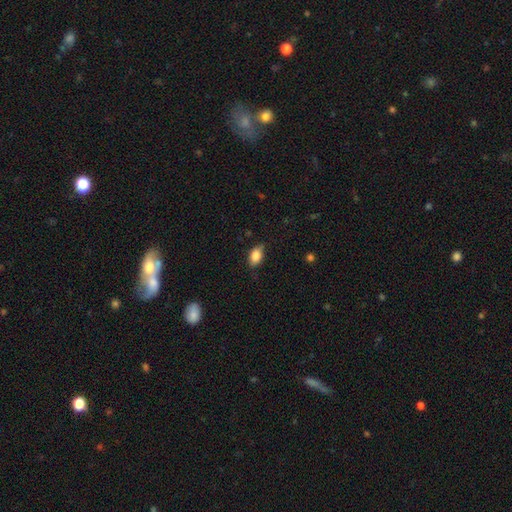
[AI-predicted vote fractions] Overall: smooth (86%). How rounded: in between (88%). Merging: none (74%).